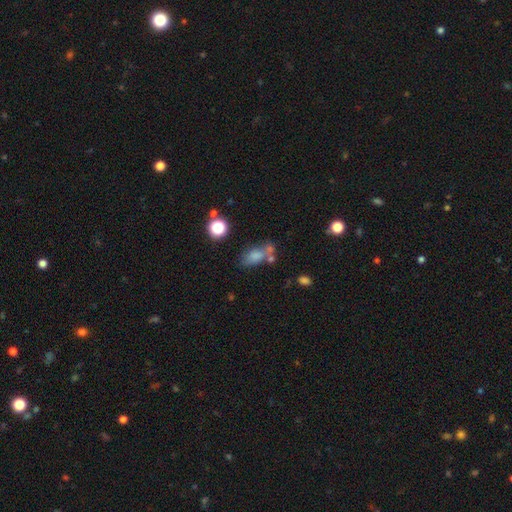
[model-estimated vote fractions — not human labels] Smooth or featured: smooth — 69% (featured or disk — 16%)
How rounded: in between — 80% (round — 13%)
Merging: none — 42% (merger — 29%)